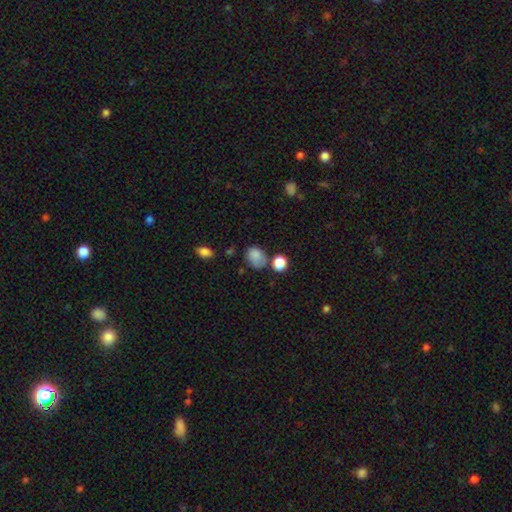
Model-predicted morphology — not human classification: The model was most divided on "how rounded": in between: 57%, round: 42%, cigar-shaped: 1%. Remaining: smooth or featured — smooth (80%); merging — none (45%).